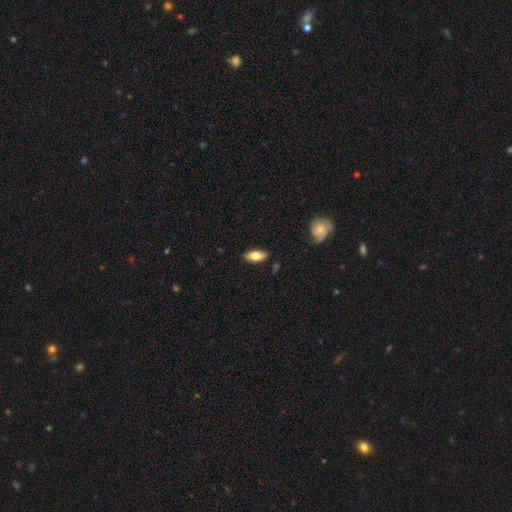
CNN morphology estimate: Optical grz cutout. It shows a smooth galaxy with no disk features (75%) that is in between round and cigar-shaped (85%). Merging: none (86%).